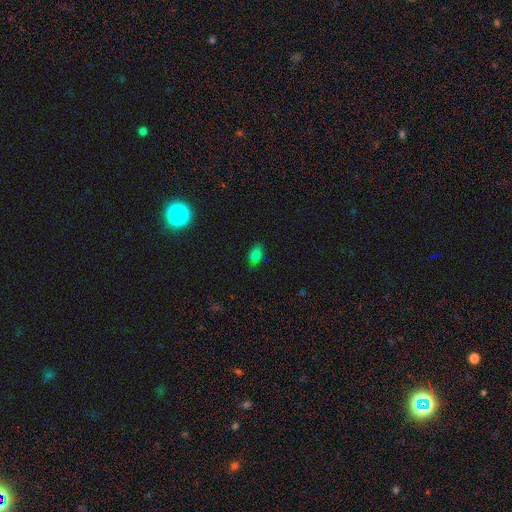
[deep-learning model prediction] Smooth or featured?
  - smooth: 72% *
  - star or artifact: 22%
  - featured or disk: 6%
How rounded?
  - in between: 83% *
  - round: 15%
  - cigar-shaped: 2%
Merging?
  - none: 68% *
  - minor disturbance: 23%
  - major disturbance: 6%
  - merger: 2%